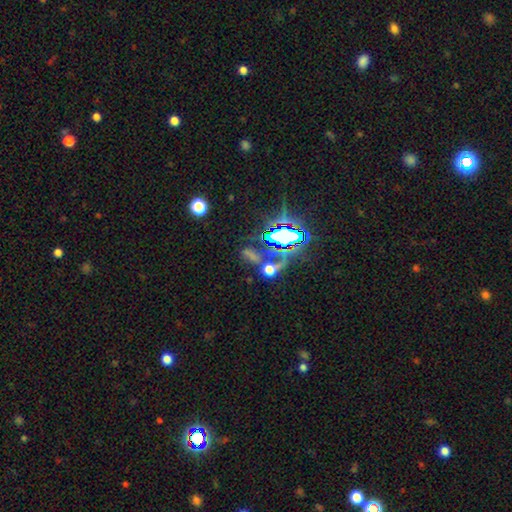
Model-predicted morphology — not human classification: Overall: star or artifact (63%).